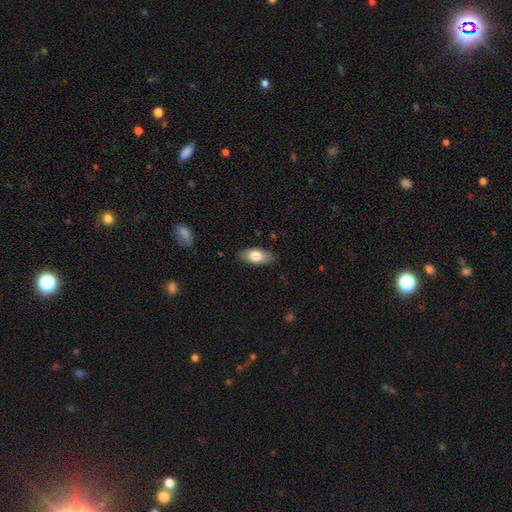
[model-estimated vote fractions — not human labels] A smooth galaxy with no disk features (78%) that is in between round and cigar-shaped (89%). Merging: none (85%).